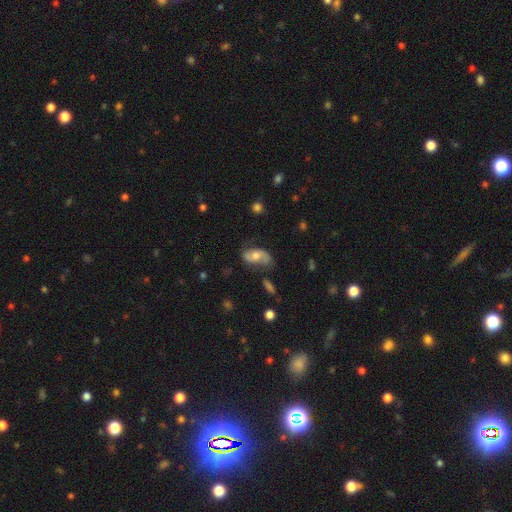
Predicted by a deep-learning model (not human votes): Smooth or featured? Predicted: featured or disk (p=0.69). Edge-on disk? Predicted: no (p=0.95). Bar? Predicted: no (p=0.62). Spiral arms? Predicted: yes (p=0.89). Spiral winding? Predicted: loose (p=0.47). Spiral arm count? Predicted: 2 (p=0.86). Bulge size? Predicted: moderate (p=0.66). Merging? Predicted: none (p=0.61).